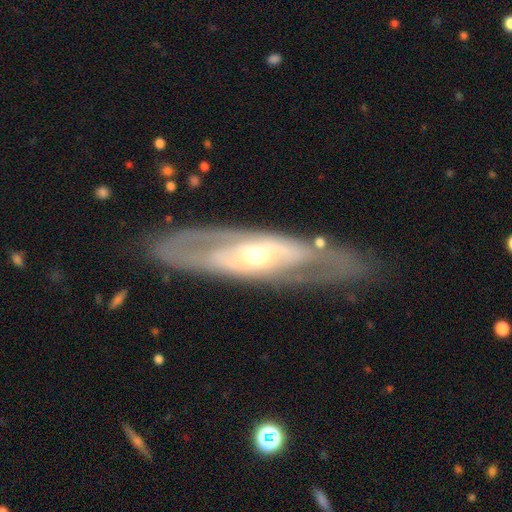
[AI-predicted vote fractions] This is likely a featured or disk galaxy (76%). It is likely not viewed edge-on (70%). Bar: likely no (63%). Spiral arm pattern: possibly yes (56%). Central bulge: likely moderate (65%). Merging: likely none (76%).